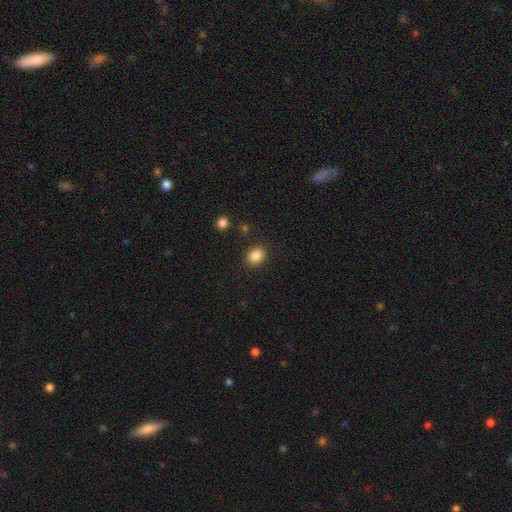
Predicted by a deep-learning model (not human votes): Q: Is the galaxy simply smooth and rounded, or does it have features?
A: smooth — 86%.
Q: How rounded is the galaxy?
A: round — 59%.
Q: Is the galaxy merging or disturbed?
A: none — 87%.